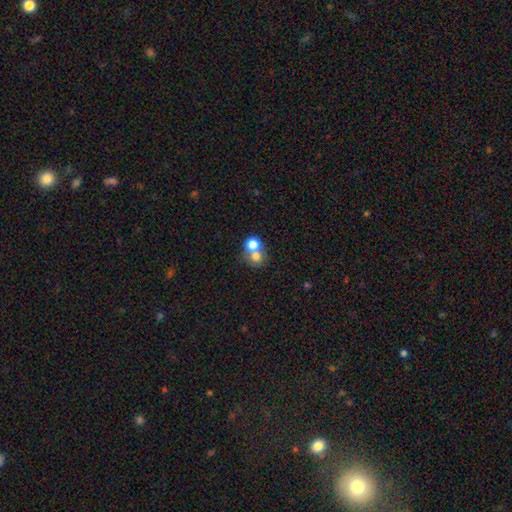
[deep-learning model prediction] Morphology: type=smooth (74%); roundness=round (76%); merging=merger (60%).